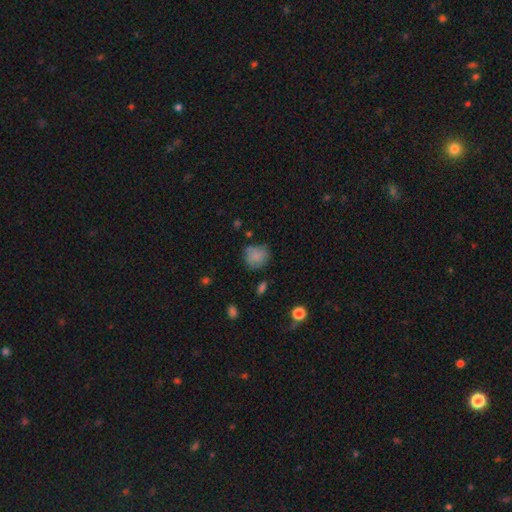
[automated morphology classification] A smooth galaxy with no disk features (79%) that is round (80%). Merging: none (64%).